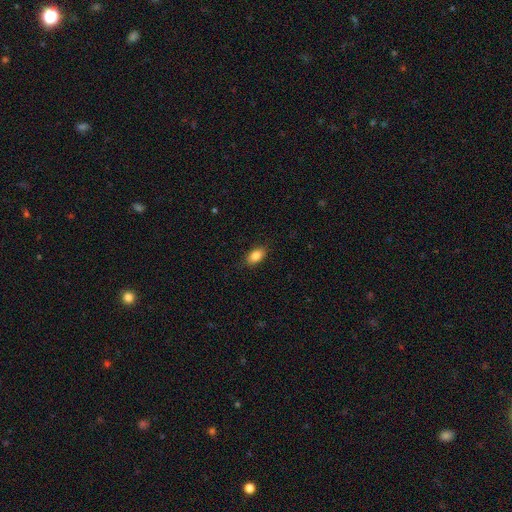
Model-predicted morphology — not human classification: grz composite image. It shows a smooth galaxy with no disk features (85%) that is in between round and cigar-shaped (88%). Merging: none (85%).